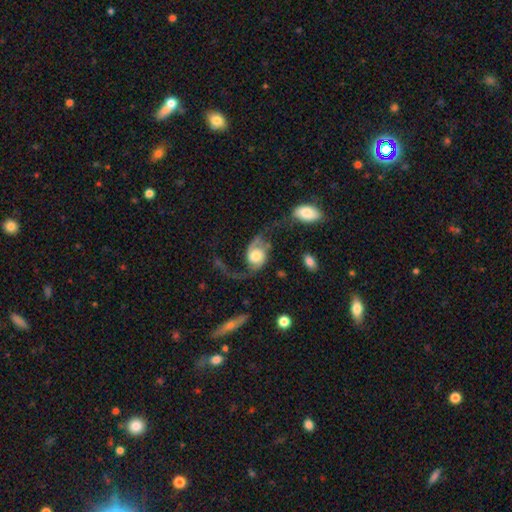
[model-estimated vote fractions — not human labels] Smooth or featured: featured or disk — 78% (smooth — 17%)
Edge-on disk: no — 97% (yes — 3%)
Bar: no — 69% (weak — 26%)
Spiral arms: yes — 93% (no — 7%)
Spiral winding: loose — 73% (medium — 21%)
Spiral arm count: 2 — 84% (1 — 11%)
Bulge size: moderate — 45% (large — 35%)
Merging: none — 40% (major disturbance — 35%)